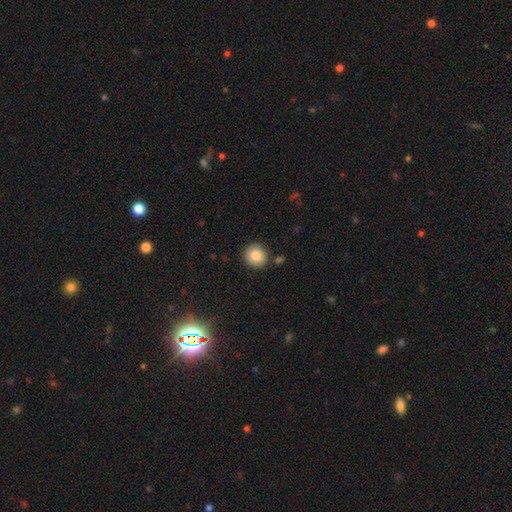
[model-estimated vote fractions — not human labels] smooth-or-featured: smooth: 86% | star or artifact: 9% | featured or disk: 6%
  how-rounded: round: 90% | in between: 9% | cigar-shaped: 1%
  merging: none: 87% | minor disturbance: 8% | merger: 3% | major disturbance: 2%